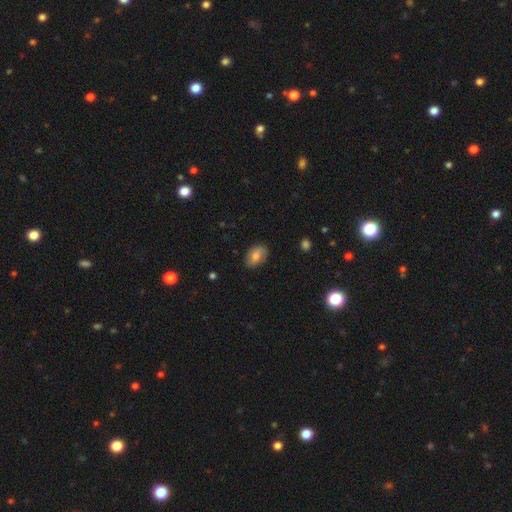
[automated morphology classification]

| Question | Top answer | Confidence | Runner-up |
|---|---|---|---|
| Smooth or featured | smooth | 72% | featured or disk (20%) |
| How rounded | in between | 87% | round (12%) |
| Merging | none | 82% | minor disturbance (14%) |